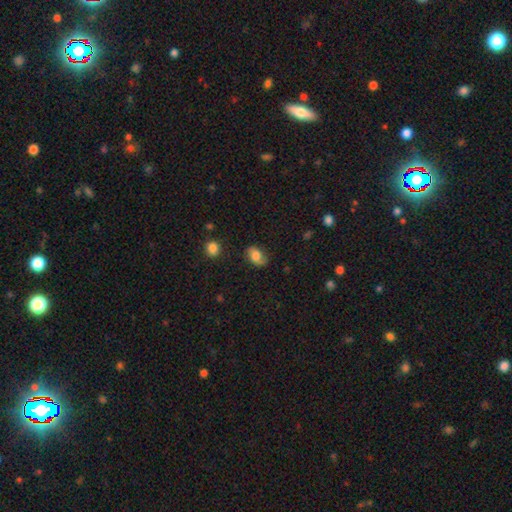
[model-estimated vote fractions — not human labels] smooth 69%, featured or disk 22%, star or artifact 8%. Down the decision tree: how rounded — in between (81%); merging — none (68%).